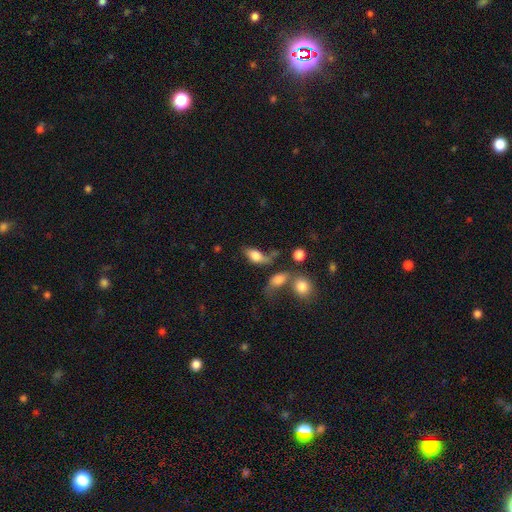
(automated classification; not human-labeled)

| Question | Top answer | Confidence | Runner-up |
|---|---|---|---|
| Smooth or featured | smooth | 73% | featured or disk (18%) |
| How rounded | in between | 85% | round (9%) |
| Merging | none | 30% | merger (26%) |